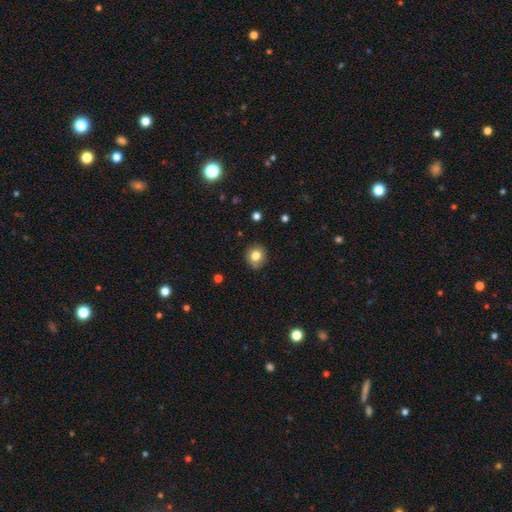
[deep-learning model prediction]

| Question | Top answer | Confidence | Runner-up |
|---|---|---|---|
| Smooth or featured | smooth | 80% | star or artifact (11%) |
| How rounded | round | 86% | in between (13%) |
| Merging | none | 86% | minor disturbance (11%) |